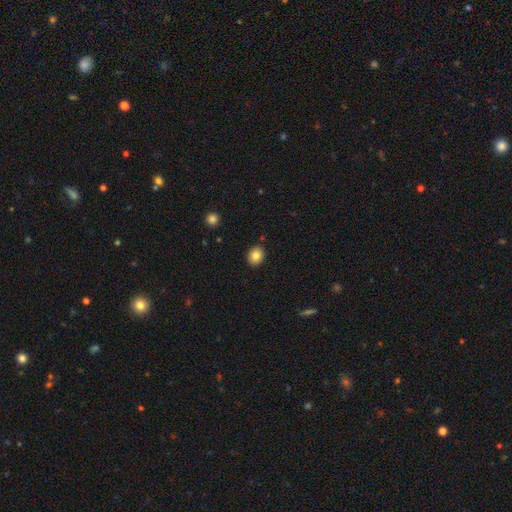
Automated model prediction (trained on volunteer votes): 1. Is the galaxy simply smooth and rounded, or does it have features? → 84% smooth, 9% star or artifact, 7% featured or disk.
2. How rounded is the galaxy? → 56% round, 44% in between, 1% cigar-shaped.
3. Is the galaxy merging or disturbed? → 88% none, 8% minor disturbance, 2% major disturbance, 2% merger.